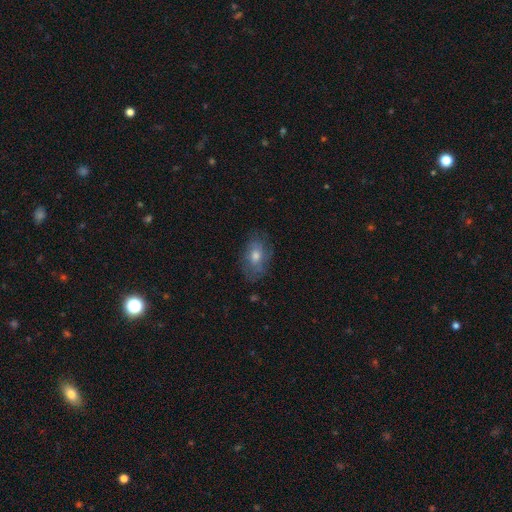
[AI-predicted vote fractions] Morphology: type=smooth (49%); merging=none (74%).